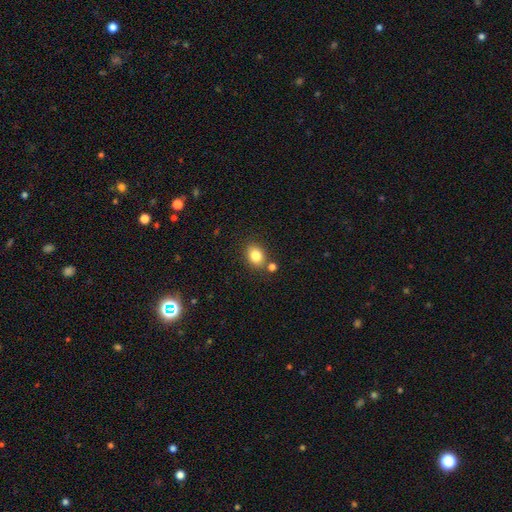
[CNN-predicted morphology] smooth 83%, star or artifact 10%, featured or disk 7%. Down the decision tree: how rounded — in between (56%); merging — none (75%).